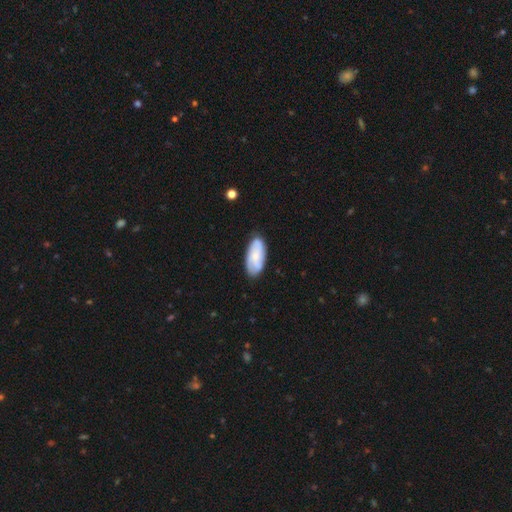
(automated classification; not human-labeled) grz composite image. It shows a smooth galaxy with no disk features (59%) that is in between round and cigar-shaped (88%). Merging: none (81%).